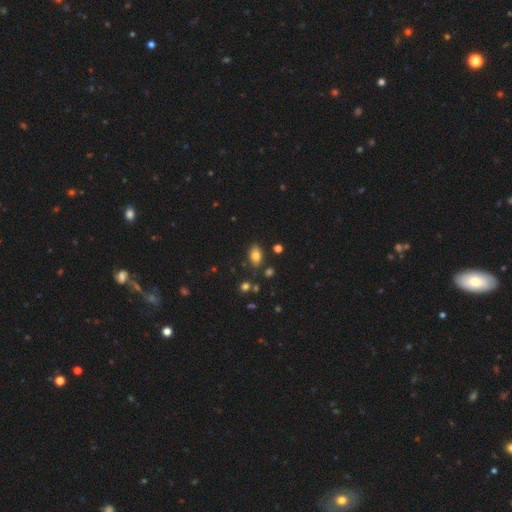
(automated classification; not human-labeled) This is clearly a smooth galaxy (80%). How rounded: clearly in between (88%). Merging: clearly none (82%).